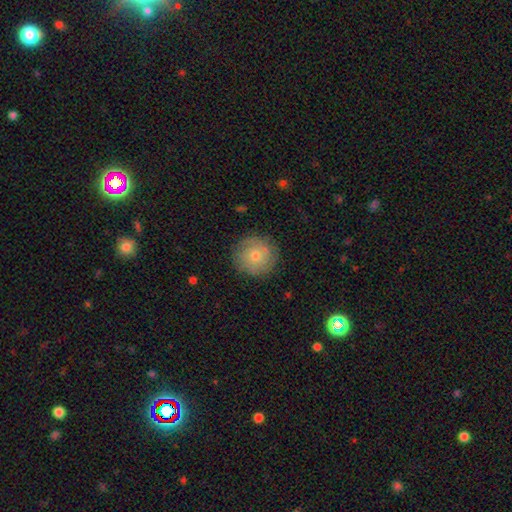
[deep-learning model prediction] Smooth or featured? smooth (50%)
How rounded? round (94%)
Merging? none (86%)